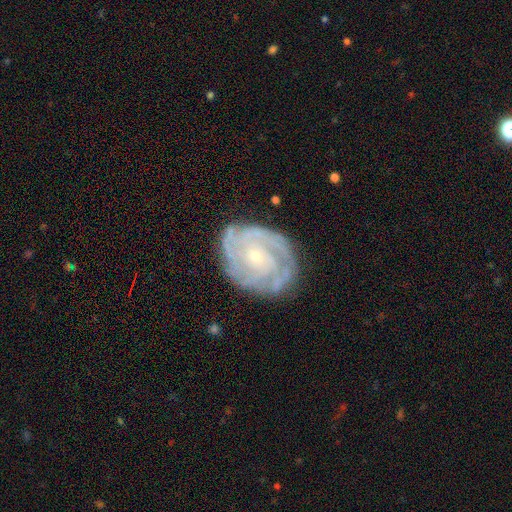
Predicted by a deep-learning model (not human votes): Morphology: type=featured or disk (85%); edge-on=no (97%); bar=no (73%); spiral arms=yes (96%); winding=tight (74%); arm count=can't tell (29%); bulge=small (73%); merging=none (75%).